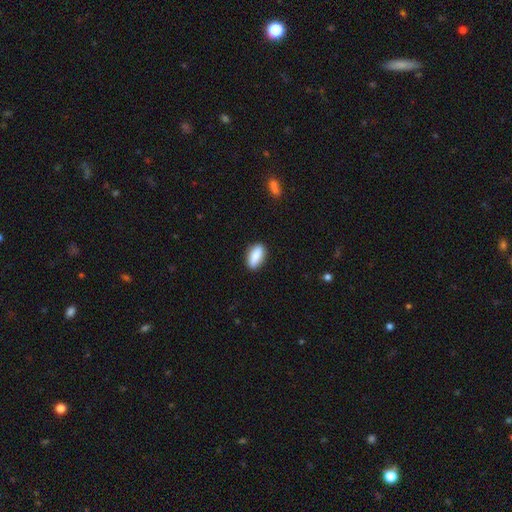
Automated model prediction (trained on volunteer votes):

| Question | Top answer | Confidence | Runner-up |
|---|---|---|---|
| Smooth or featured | smooth | 86% | featured or disk (8%) |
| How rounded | in between | 80% | cigar-shaped (16%) |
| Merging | none | 86% | minor disturbance (10%) |